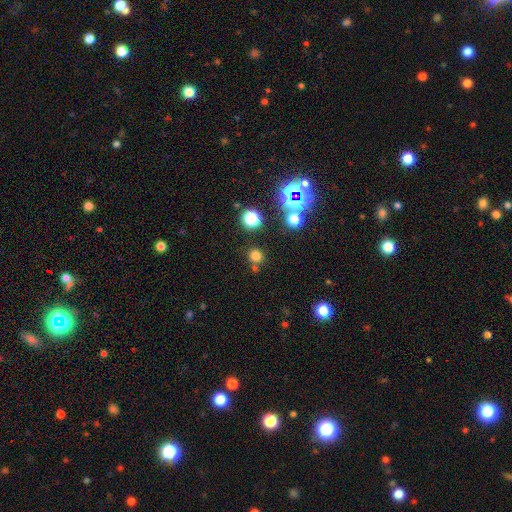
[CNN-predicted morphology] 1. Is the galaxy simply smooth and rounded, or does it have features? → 71% smooth, 24% star or artifact, 6% featured or disk.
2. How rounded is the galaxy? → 90% round, 9% in between, 1% cigar-shaped.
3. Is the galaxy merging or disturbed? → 77% none, 11% merger, 8% minor disturbance, 3% major disturbance.